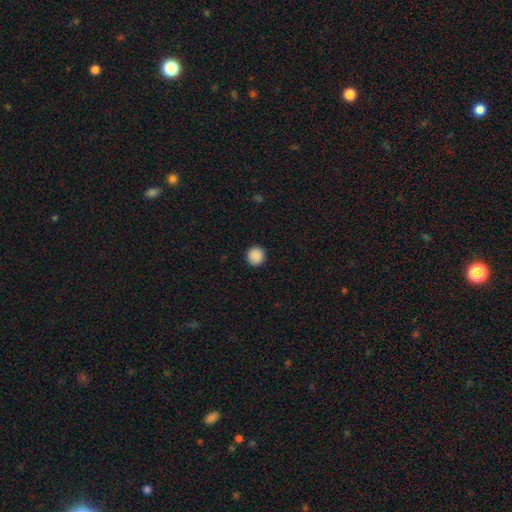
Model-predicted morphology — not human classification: Q: Smooth or featured?
A: smooth (89%); runner-up: star or artifact (8%)
Q: How rounded?
A: round (91%); runner-up: in between (8%)
Q: Merging?
A: none (92%); runner-up: minor disturbance (5%)